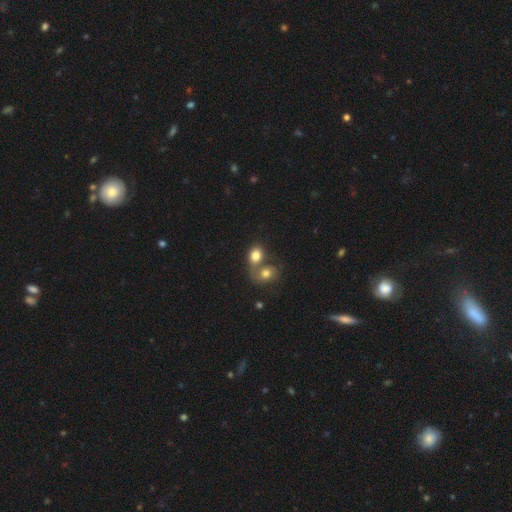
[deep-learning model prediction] A smooth galaxy with no disk features (77%) that is in between round and cigar-shaped (55%). Merging: merger (64%).